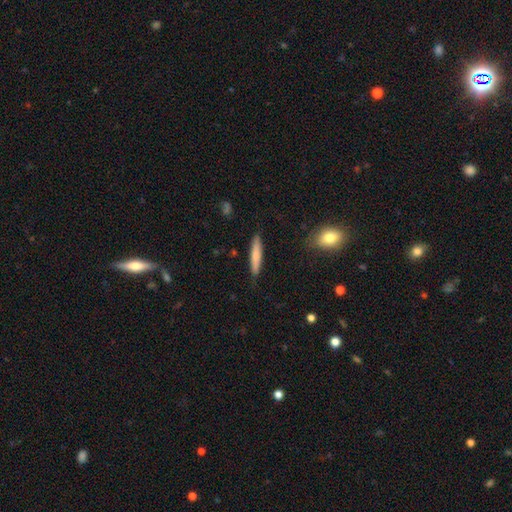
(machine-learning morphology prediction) Smooth or featured? smooth (73%)
How rounded? cigar-shaped (92%)
Merging? none (88%)